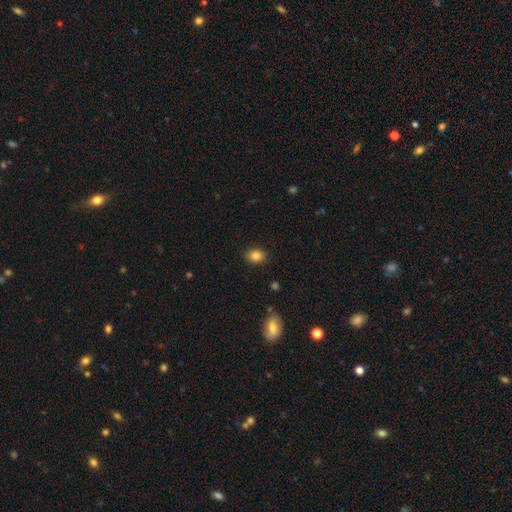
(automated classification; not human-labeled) Smooth or featured? smooth (85%)
How rounded? in between (67%)
Merging? none (87%)